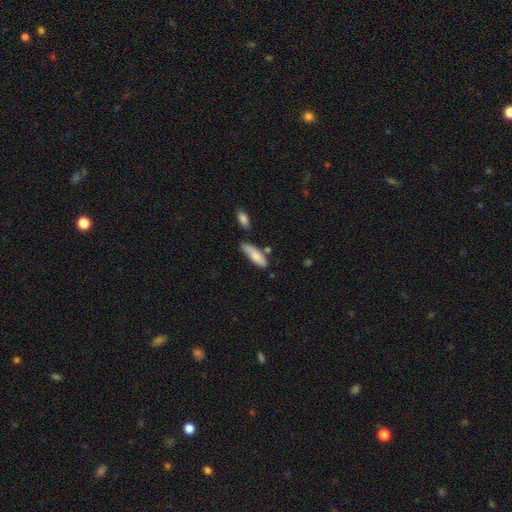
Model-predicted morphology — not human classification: Overall: smooth (80%). How rounded: in between (55%; cigar-shaped 43%). Merging: none (59%; minor disturbance 26%).